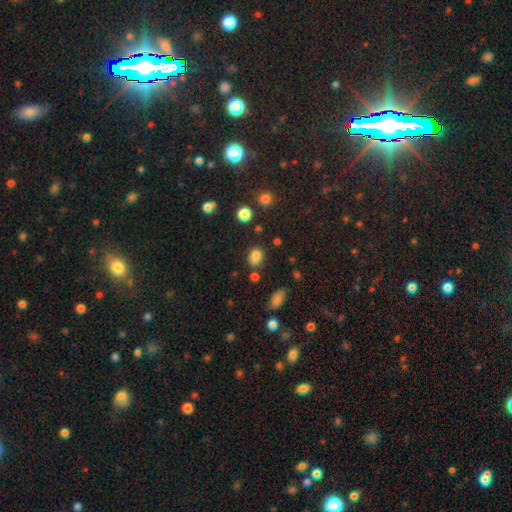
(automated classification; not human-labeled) This appears to be a smooth galaxy with no disk features (80%) that is in between round and cigar-shaped (56%). Merging: none (68%).